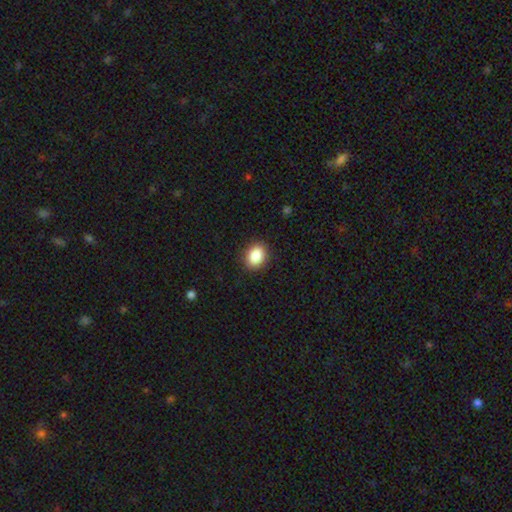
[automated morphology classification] A smooth galaxy with no disk features (87%) that is in between round and cigar-shaped (62%).

Vote fractions:
- Smooth or featured? smooth: 87% / star or artifact: 8% / featured or disk: 5%
- How rounded? in between: 62% / round: 37% / cigar-shaped: 1%
- Merging? none: 89% / minor disturbance: 8% / major disturbance: 2% / merger: 1%